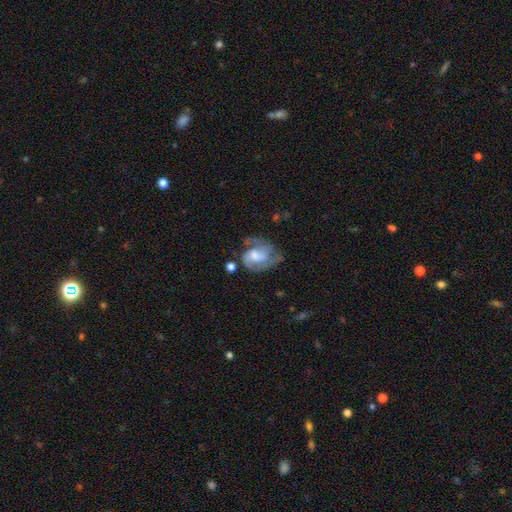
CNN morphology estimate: A featured or disk galaxy (70%) with no bar (52%), 2 (55%) medium (48%) spiral arms (86%) and a moderate central bulge (43%). Merging: none (42%).